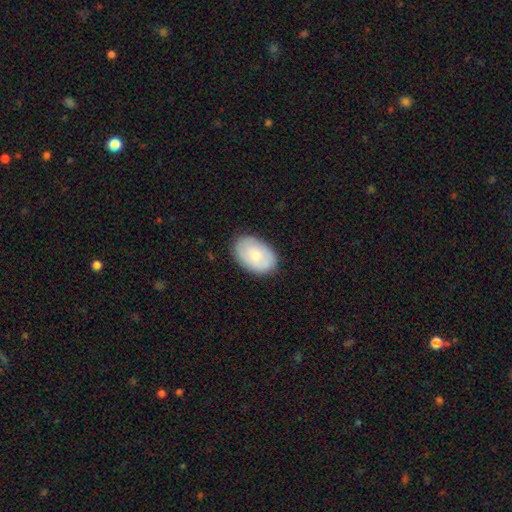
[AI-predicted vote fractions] smooth-or-featured: smooth: 71% | featured or disk: 23% | star or artifact: 6%
  how-rounded: in between: 89% | round: 10% | cigar-shaped: 1%
  merging: none: 85% | minor disturbance: 12% | major disturbance: 2% | merger: 1%